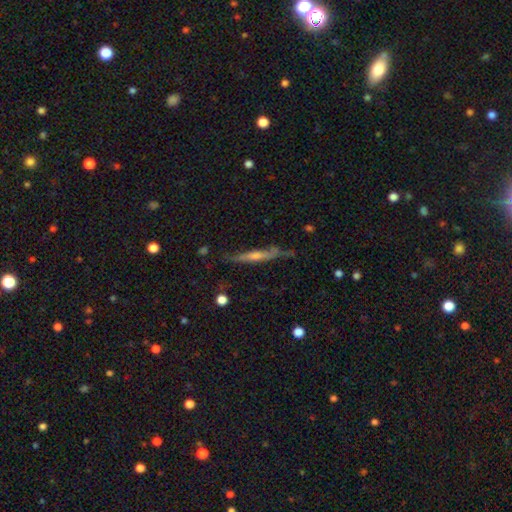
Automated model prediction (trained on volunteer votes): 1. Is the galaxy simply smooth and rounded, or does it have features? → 63% featured or disk, 29% smooth, 7% star or artifact.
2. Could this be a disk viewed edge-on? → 91% yes, 9% no.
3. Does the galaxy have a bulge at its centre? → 59% rounded, 33% none, 9% boxy.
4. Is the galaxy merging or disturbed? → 72% none, 20% minor disturbance, 5% major disturbance, 3% merger.